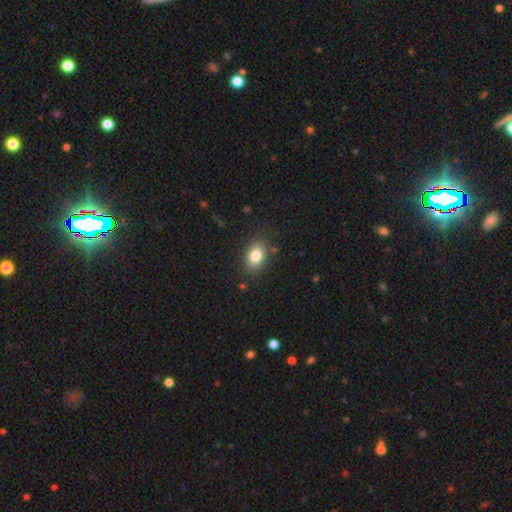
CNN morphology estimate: Smooth or featured? Predicted: smooth (p=0.81). How rounded? Predicted: in between (p=0.82). Merging? Predicted: none (p=0.85).